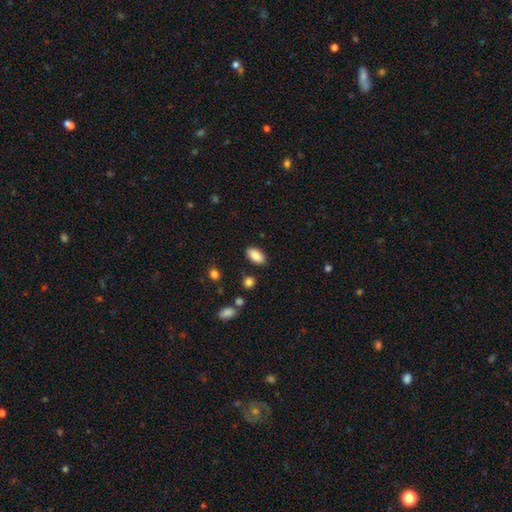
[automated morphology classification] smooth-or-featured: smooth: 86% | star or artifact: 7% | featured or disk: 7%
  how-rounded: in between: 93% | cigar-shaped: 4% | round: 4%
  merging: none: 87% | minor disturbance: 9% | major disturbance: 2% | merger: 2%